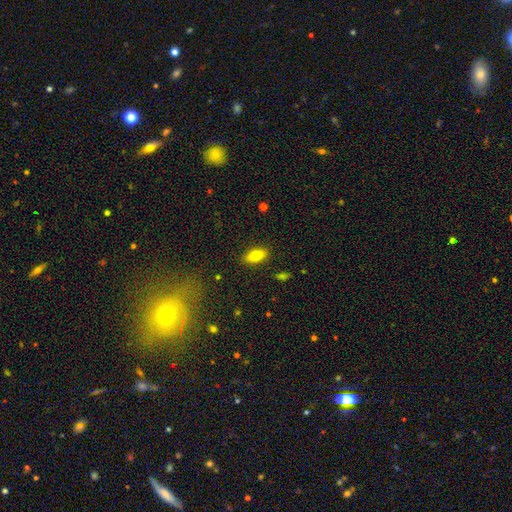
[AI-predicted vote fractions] smooth-or-featured: smooth: 75% | featured or disk: 17% | star or artifact: 8%
  how-rounded: in between: 84% | cigar-shaped: 11% | round: 4%
  merging: none: 87% | minor disturbance: 9% | major disturbance: 2% | merger: 1%